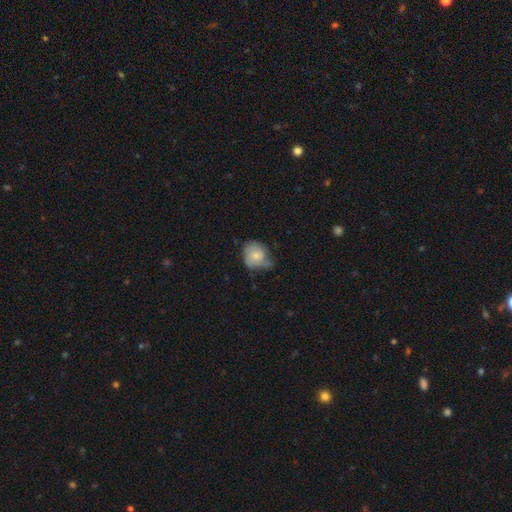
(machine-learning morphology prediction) Q: Smooth or featured?
A: smooth (55%); runner-up: featured or disk (37%)
Q: How rounded?
A: round (62%); runner-up: in between (36%)
Q: Merging?
A: none (41%); runner-up: minor disturbance (39%)